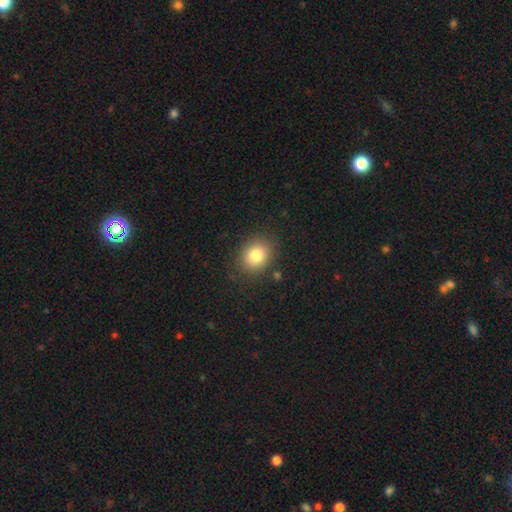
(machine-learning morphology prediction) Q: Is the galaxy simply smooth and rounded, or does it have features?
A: smooth — 82%.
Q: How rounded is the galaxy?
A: round — 61%.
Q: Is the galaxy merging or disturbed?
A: none — 85%.